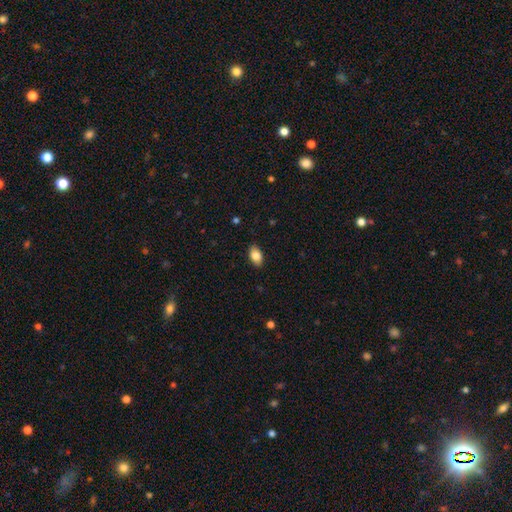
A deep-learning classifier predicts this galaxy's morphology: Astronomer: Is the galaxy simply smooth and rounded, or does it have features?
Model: smooth — 83%.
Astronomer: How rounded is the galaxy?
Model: in between — 91%.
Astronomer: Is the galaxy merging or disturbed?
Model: none — 88%.